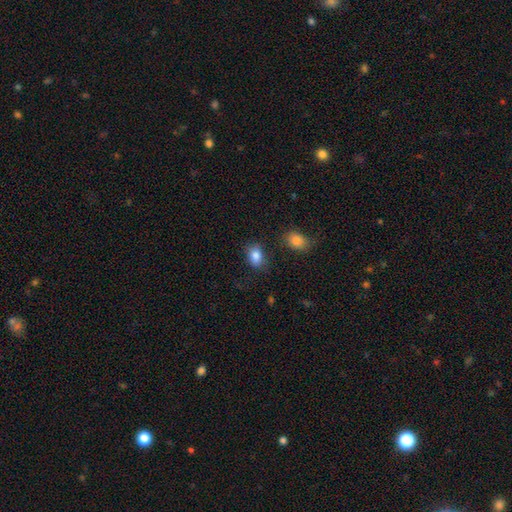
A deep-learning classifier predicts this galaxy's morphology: Smooth or featured? smooth (84%)
How rounded? in between (79%)
Merging? none (73%)